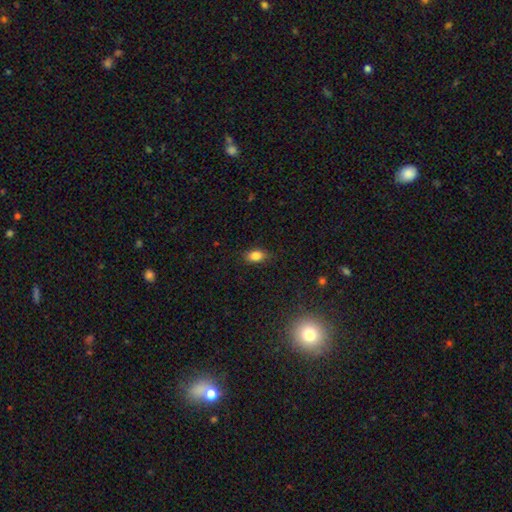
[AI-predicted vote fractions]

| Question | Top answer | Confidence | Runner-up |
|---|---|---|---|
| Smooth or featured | smooth | 84% | star or artifact (10%) |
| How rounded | in between | 83% | round (14%) |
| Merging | none | 82% | minor disturbance (14%) |